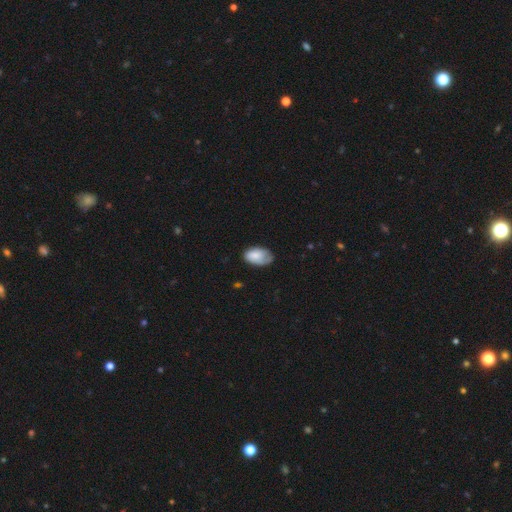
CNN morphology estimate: type=smooth (78%); roundness=in between (93%); merging=none (57%).